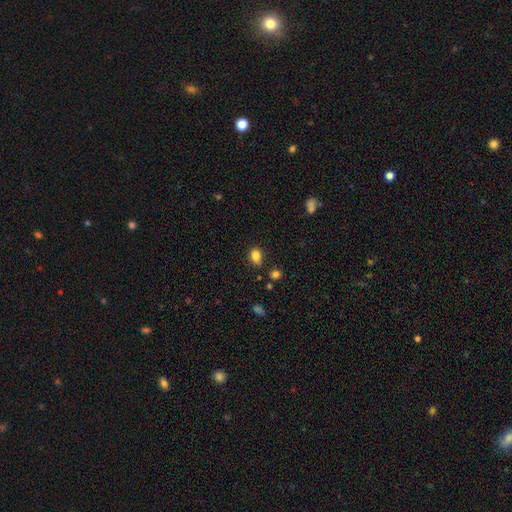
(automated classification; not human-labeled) smooth-or-featured: smooth: 83% | star or artifact: 11% | featured or disk: 5%
  how-rounded: in between: 62% | round: 37% | cigar-shaped: 1%
  merging: none: 69% | minor disturbance: 21% | merger: 5% | major disturbance: 5%